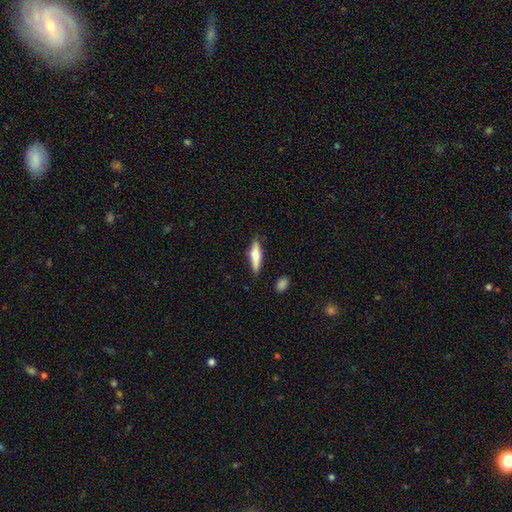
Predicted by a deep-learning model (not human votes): smooth_or_featured: smooth (p=0.64) [alt: featured or disk p=0.29]
how_rounded: cigar-shaped (p=0.72) [alt: in between p=0.26]
merging: none (p=0.81) [alt: minor disturbance p=0.14]